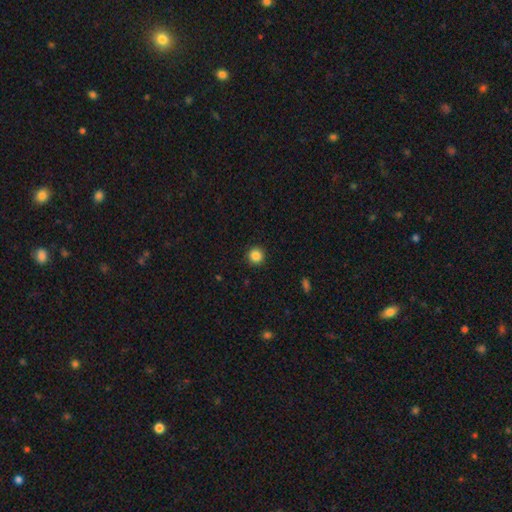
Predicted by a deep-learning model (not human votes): Smooth or featured? Predicted: smooth (p=0.86). How rounded? Predicted: round (p=0.95). Merging? Predicted: none (p=0.92).